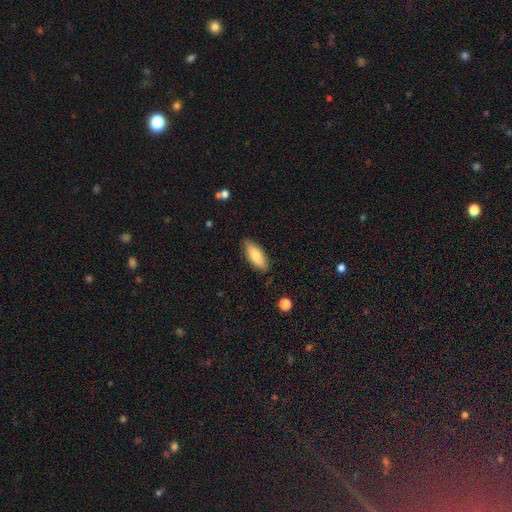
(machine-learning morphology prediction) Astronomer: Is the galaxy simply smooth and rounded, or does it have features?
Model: smooth — 76%.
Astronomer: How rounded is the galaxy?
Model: in between — 72%.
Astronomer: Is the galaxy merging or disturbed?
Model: none — 82%.